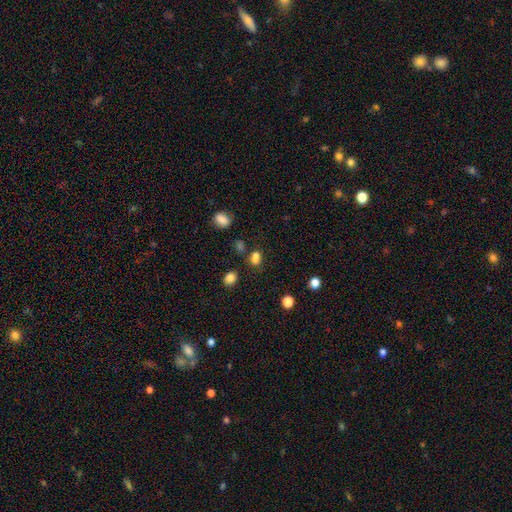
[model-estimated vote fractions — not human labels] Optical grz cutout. It shows a smooth galaxy with no disk features (75%) that is in between round and cigar-shaped (57%). Merging: none (51%).